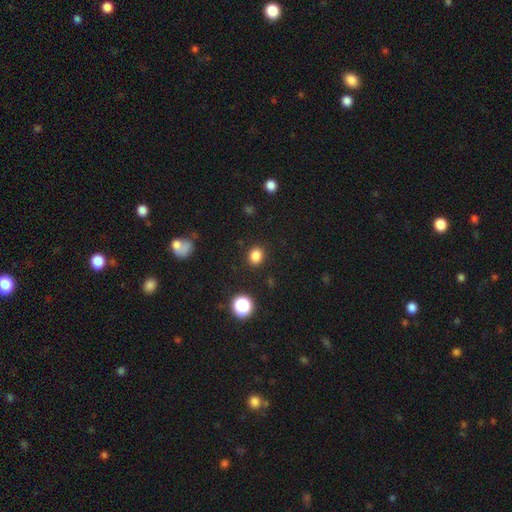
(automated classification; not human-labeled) This appears to be a smooth galaxy with no disk features (83%) that is round (63%). Merging: none (89%).